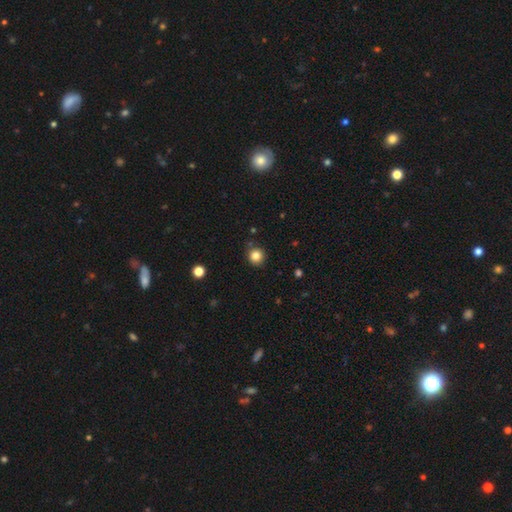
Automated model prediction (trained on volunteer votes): Smooth or featured?
  - smooth: 83% *
  - star or artifact: 12%
  - featured or disk: 5%
How rounded?
  - round: 93% *
  - in between: 7%
  - cigar-shaped: 1%
Merging?
  - none: 87% *
  - minor disturbance: 8%
  - merger: 3%
  - major disturbance: 2%